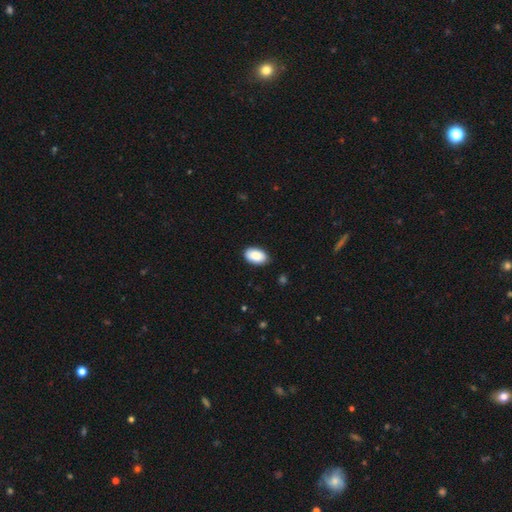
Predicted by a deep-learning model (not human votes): Smooth or featured?
  - smooth: 89% *
  - star or artifact: 6%
  - featured or disk: 5%
How rounded?
  - in between: 94% *
  - round: 5%
  - cigar-shaped: 1%
Merging?
  - none: 84% *
  - minor disturbance: 13%
  - major disturbance: 2%
  - merger: 1%